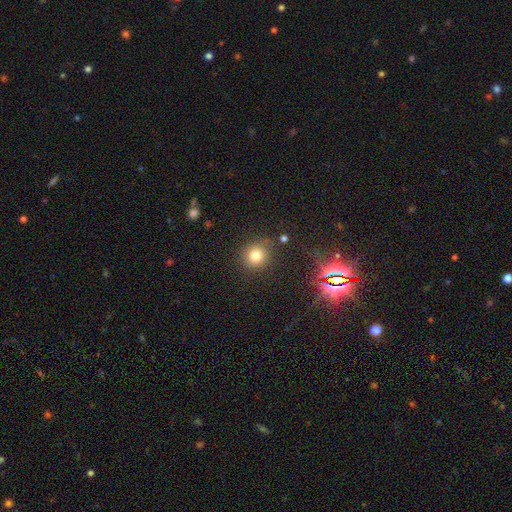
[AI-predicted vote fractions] smooth-or-featured: smooth: 76% | star or artifact: 16% | featured or disk: 7%
  how-rounded: round: 91% | in between: 8% | cigar-shaped: 1%
  merging: none: 86% | minor disturbance: 8% | major disturbance: 3% | merger: 3%